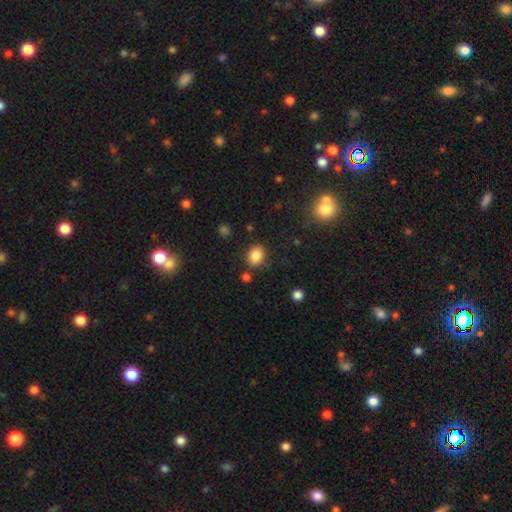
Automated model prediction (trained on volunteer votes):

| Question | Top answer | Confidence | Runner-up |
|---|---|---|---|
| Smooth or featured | smooth | 85% | star or artifact (10%) |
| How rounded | in between | 60% | round (39%) |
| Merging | none | 80% | minor disturbance (12%) |